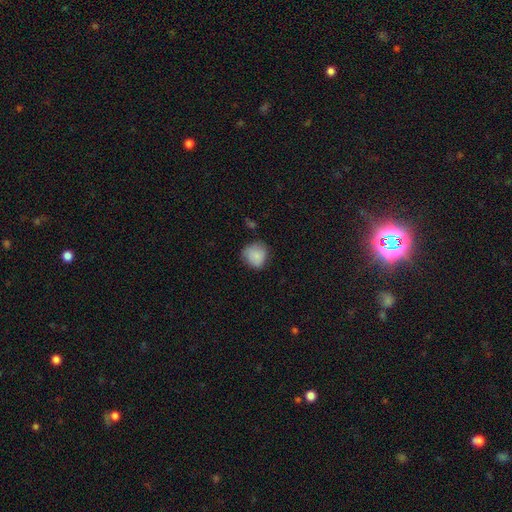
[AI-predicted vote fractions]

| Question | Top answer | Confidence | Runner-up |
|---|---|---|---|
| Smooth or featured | smooth | 84% | star or artifact (8%) |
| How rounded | round | 80% | in between (19%) |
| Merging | none | 63% | minor disturbance (29%) |